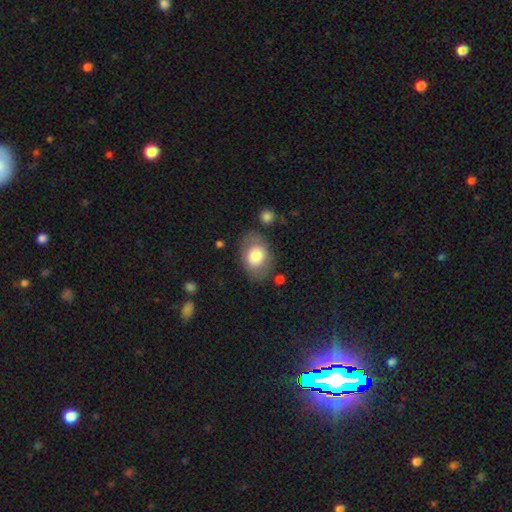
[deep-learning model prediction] Smooth or featured: smooth — 75% (featured or disk — 18%)
How rounded: in between — 75% (round — 24%)
Merging: none — 72% (minor disturbance — 17%)